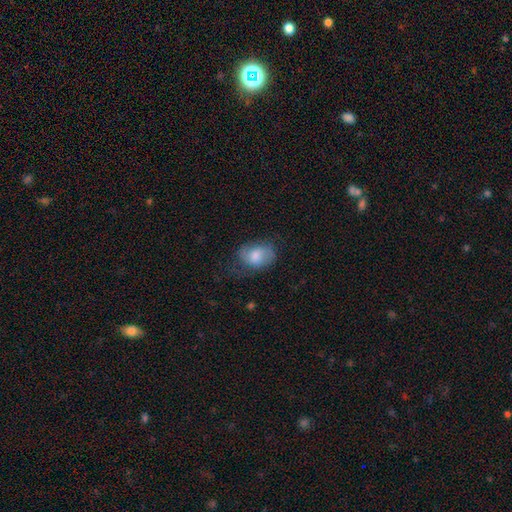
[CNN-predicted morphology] The model was most divided on "merging": none: 55%, minor disturbance: 28%, major disturbance: 15%, merger: 1%. More confident: how rounded — in between (72%); smooth or featured — smooth (66%).